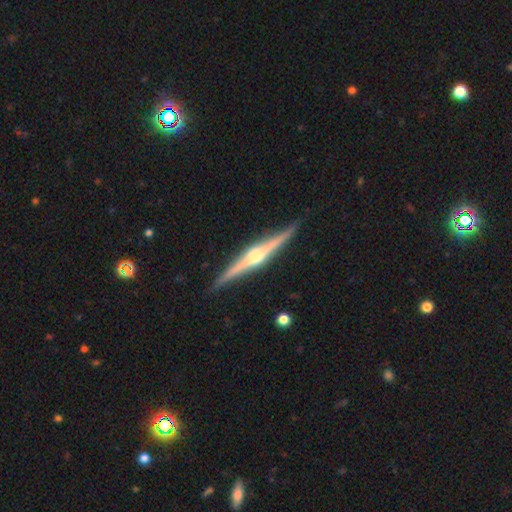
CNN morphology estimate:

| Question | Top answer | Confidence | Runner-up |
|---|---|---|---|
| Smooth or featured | featured or disk | 87% | smooth (8%) |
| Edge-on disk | yes | 99% | no (1%) |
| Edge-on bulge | rounded | 90% | boxy (6%) |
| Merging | none | 91% | minor disturbance (7%) |